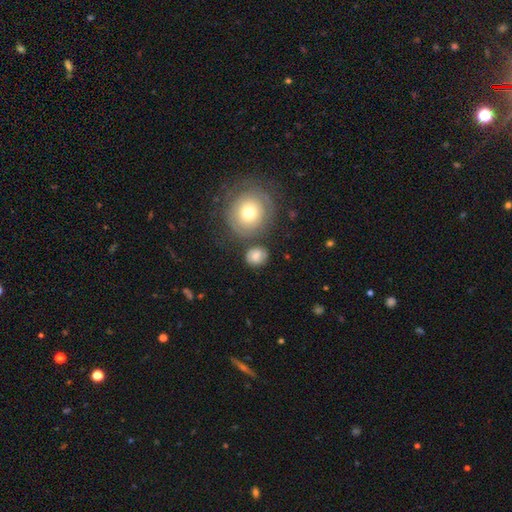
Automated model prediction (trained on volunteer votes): smooth_or_featured: smooth (p=0.71) [alt: featured or disk p=0.20]
how_rounded: round (p=0.78) [alt: in between p=0.21]
merging: none (p=0.72) [alt: minor disturbance p=0.13]